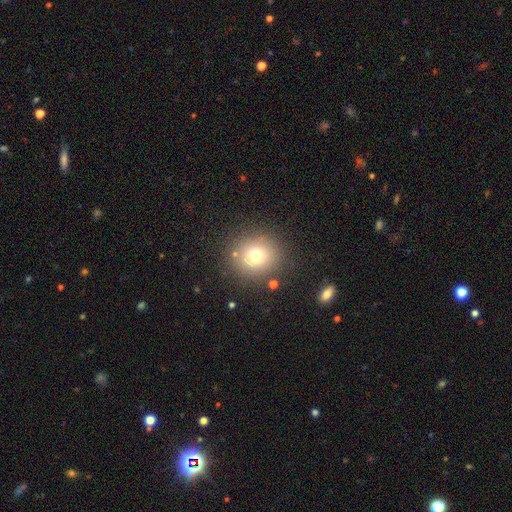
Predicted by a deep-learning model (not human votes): Overall: smooth (71%). How rounded: round (87%). Merging: none (83%).